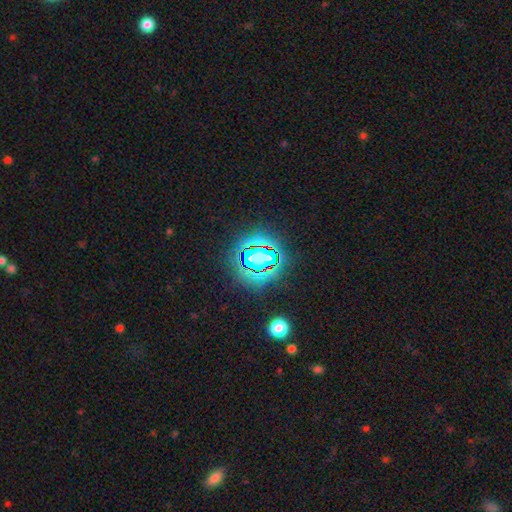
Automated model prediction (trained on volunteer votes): The model was most divided on "smooth or featured": star or artifact: 80%, smooth: 13%, featured or disk: 7%.